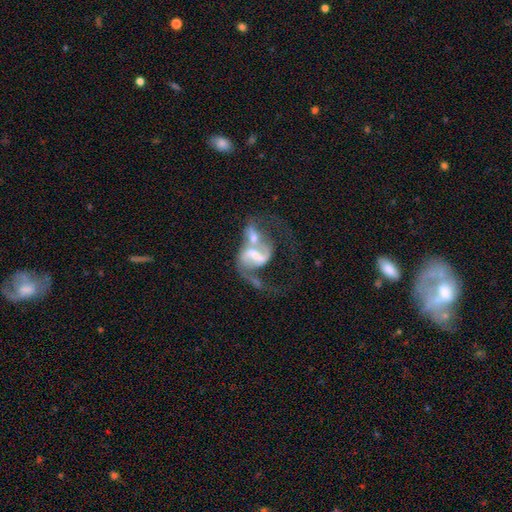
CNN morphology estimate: smooth-or-featured: featured or disk: 81% | smooth: 13% | star or artifact: 7%
  disk-edge-on: no: 97% | yes: 3%
    bar: strong: 42% | weak: 39% | no: 19%
    has-spiral-arms: yes: 86% | no: 14%
      spiral-winding: loose: 58% | medium: 33% | tight: 9%
      spiral-arm-count: 2: 78% | 1: 12% | can't tell: 7% | 3: 2% | 4: 1% | more than 4: 1%
    bulge-size: moderate: 40% | small: 37% | none: 14% | large: 7% | dominant: 2%
  merging: merger: 58% | major disturbance: 18% | none: 16% | minor disturbance: 8%